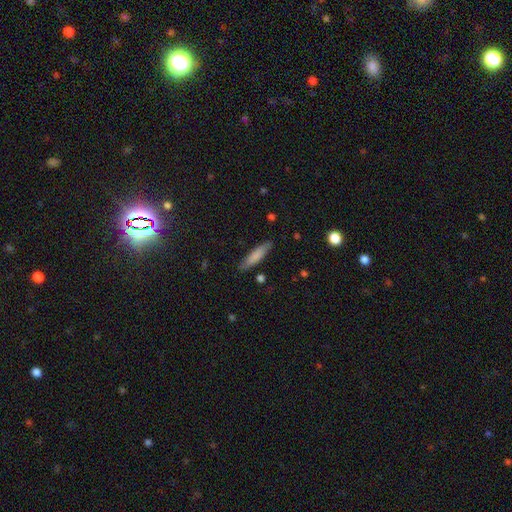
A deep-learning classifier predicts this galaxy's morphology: Smooth or featured? smooth (77%)
How rounded? cigar-shaped (78%)
Merging? none (84%)